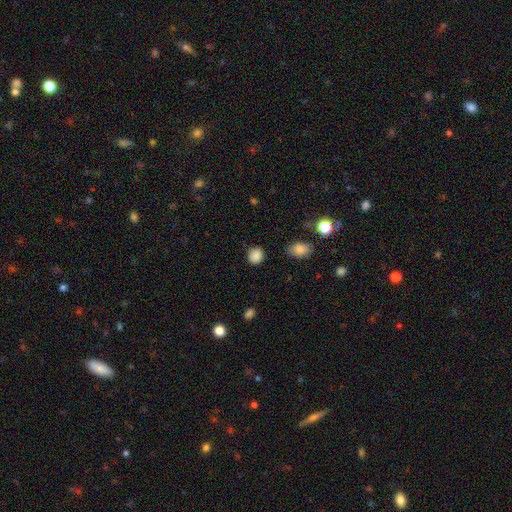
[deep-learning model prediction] Q: Smooth or featured?
A: smooth (86%); runner-up: star or artifact (10%)
Q: How rounded?
A: round (77%); runner-up: in between (22%)
Q: Merging?
A: none (81%); runner-up: minor disturbance (14%)